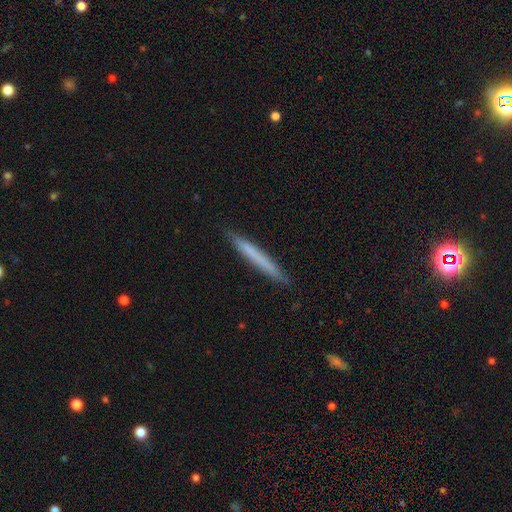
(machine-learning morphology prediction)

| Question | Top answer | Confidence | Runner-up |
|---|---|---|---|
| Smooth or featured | smooth | 66% | featured or disk (28%) |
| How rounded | cigar-shaped | 97% | in between (2%) |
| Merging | none | 90% | minor disturbance (7%) |